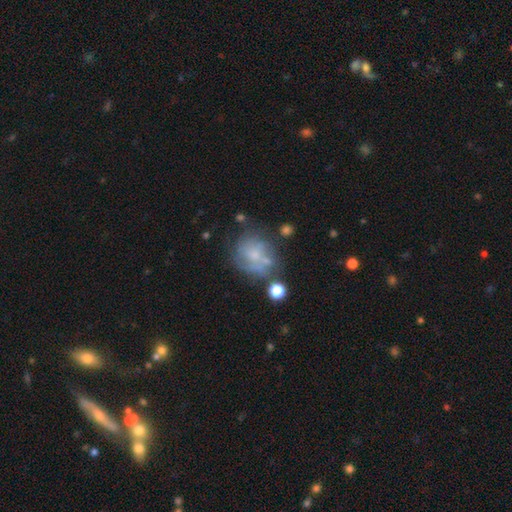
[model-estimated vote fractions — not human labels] Smooth or featured: featured or disk — 47% (smooth — 39%)
Merging: none — 46% (minor disturbance — 23%)